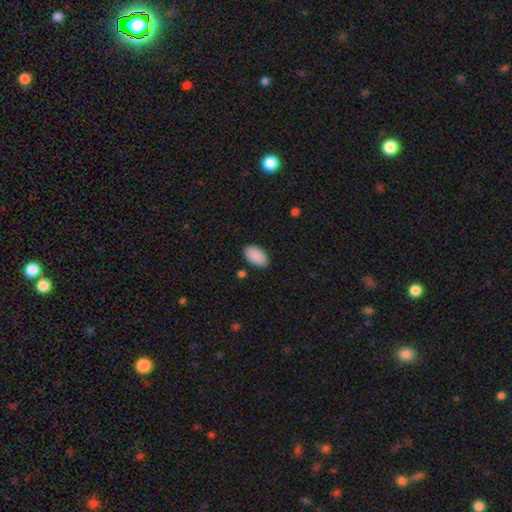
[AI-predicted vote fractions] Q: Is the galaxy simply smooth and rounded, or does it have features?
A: smooth — 91%.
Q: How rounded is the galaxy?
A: in between — 95%.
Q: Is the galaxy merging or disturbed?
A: none — 87%.